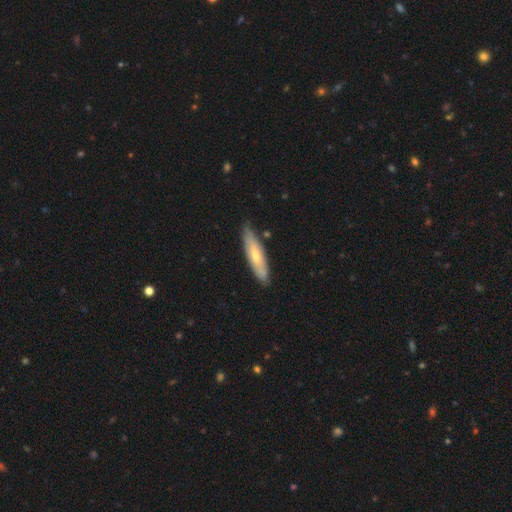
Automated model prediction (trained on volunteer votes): Q: Smooth or featured?
A: smooth (52%); runner-up: featured or disk (42%)
Q: How rounded?
A: cigar-shaped (75%); runner-up: in between (24%)
Q: Merging?
A: none (78%); runner-up: minor disturbance (17%)